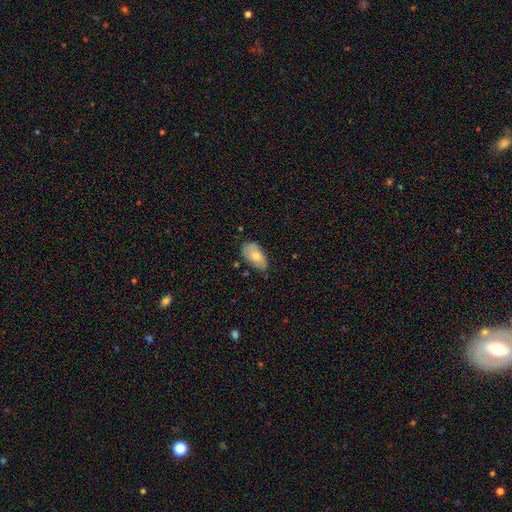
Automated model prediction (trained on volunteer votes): A smooth galaxy with no disk features (57%) that is in between round and cigar-shaped (92%).

Vote fractions:
- Smooth or featured? smooth: 57% / featured or disk: 35% / star or artifact: 8%
- How rounded? in between: 92% / round: 5% / cigar-shaped: 3%
- Merging? none: 65% / minor disturbance: 27% / major disturbance: 5% / merger: 2%